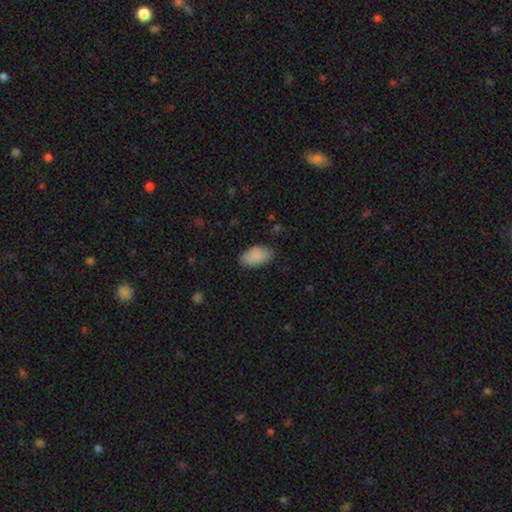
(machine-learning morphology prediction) Smooth or featured?
  - smooth: 89% *
  - star or artifact: 7%
  - featured or disk: 4%
How rounded?
  - in between: 94% *
  - round: 4%
  - cigar-shaped: 2%
Merging?
  - none: 83% *
  - minor disturbance: 13%
  - major disturbance: 3%
  - merger: 1%